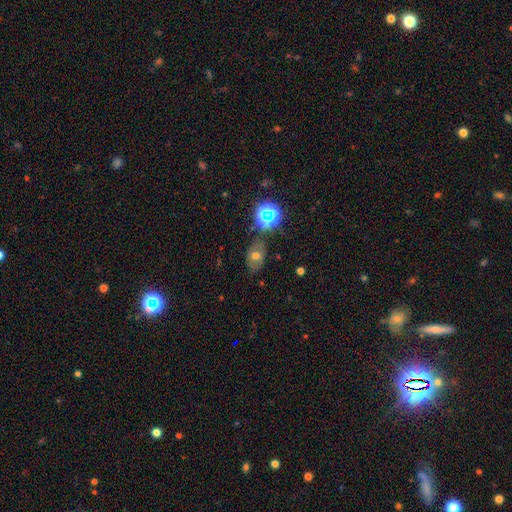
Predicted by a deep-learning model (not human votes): Smooth or featured?
  - smooth: 50% *
  - featured or disk: 27%
  - star or artifact: 23%
How rounded?
  - in between: 68% *
  - round: 30%
  - cigar-shaped: 1%
Merging?
  - none: 70% *
  - minor disturbance: 19%
  - major disturbance: 7%
  - merger: 4%